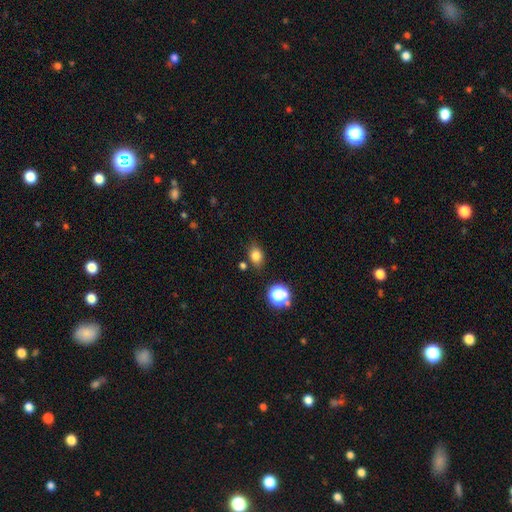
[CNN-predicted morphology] Smooth or featured: smooth — 80% (star or artifact — 14%)
How rounded: in between — 61% (round — 37%)
Merging: none — 76% (minor disturbance — 15%)